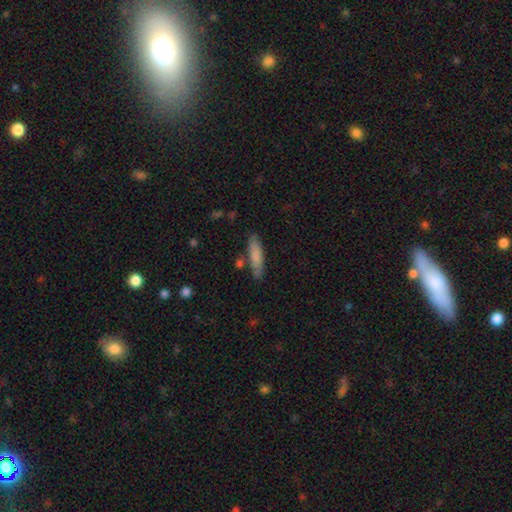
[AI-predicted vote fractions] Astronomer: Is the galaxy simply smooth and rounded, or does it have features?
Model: smooth — 79%.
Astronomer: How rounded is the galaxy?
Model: cigar-shaped — 76%.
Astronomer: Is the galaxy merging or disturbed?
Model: none — 79%.